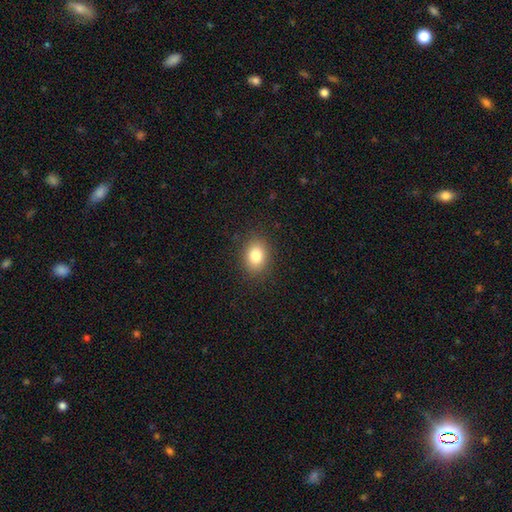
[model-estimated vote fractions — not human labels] smooth_or_featured: smooth (p=0.83) [alt: star or artifact p=0.10]
how_rounded: in between (p=0.62) [alt: round p=0.37]
merging: none (p=0.88) [alt: minor disturbance p=0.09]